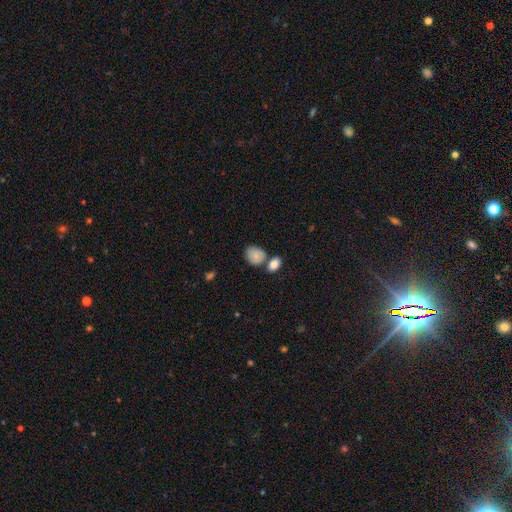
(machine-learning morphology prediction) A smooth galaxy with no disk features (84%) that is round (52%). Merging: none (54%).